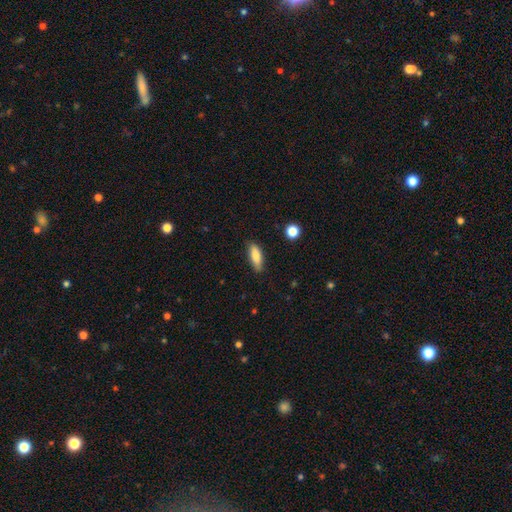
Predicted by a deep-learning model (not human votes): A smooth galaxy with no disk features (81%) that is in between round and cigar-shaped (58%). Merging: none (84%).